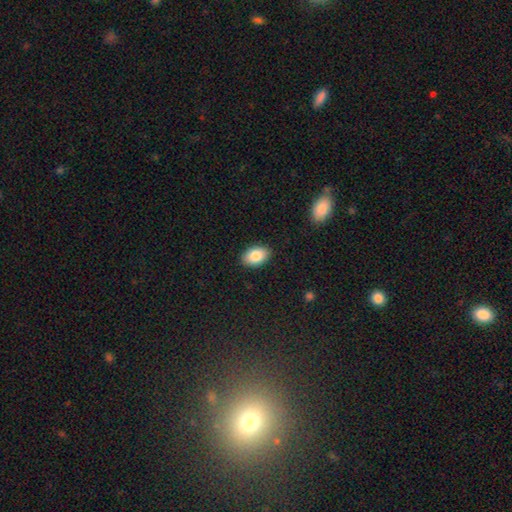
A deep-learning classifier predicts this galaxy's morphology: Smooth or featured?
  - smooth: 85% *
  - featured or disk: 8%
  - star or artifact: 7%
How rounded?
  - in between: 91% *
  - round: 8%
  - cigar-shaped: 1%
Merging?
  - none: 89% *
  - minor disturbance: 8%
  - major disturbance: 2%
  - merger: 1%